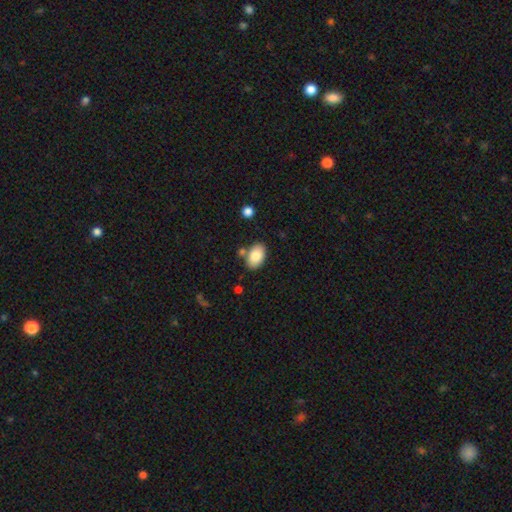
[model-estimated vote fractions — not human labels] A smooth galaxy with no disk features (83%) that is in between round and cigar-shaped (91%).

Vote fractions:
- Smooth or featured? smooth: 83% / featured or disk: 10% / star or artifact: 7%
- How rounded? in between: 91% / round: 8% / cigar-shaped: 1%
- Merging? none: 77% / minor disturbance: 12% / merger: 8% / major disturbance: 3%